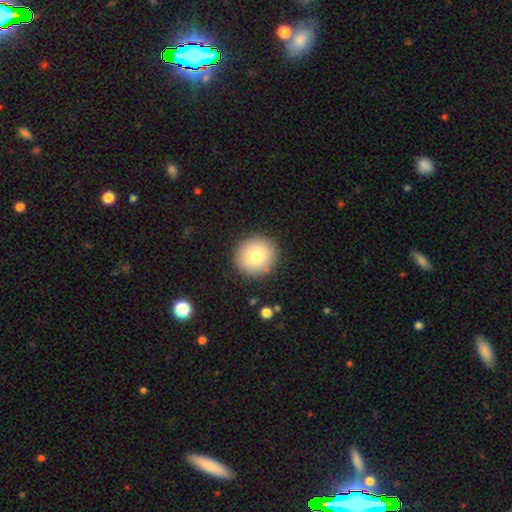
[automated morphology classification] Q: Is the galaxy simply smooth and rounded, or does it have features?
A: smooth — 81%.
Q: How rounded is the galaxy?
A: round — 92%.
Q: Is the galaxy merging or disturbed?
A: none — 89%.